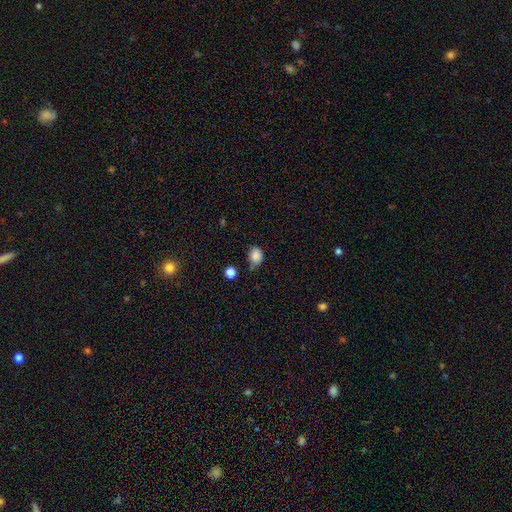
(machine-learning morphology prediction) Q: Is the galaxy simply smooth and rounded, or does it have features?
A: smooth — 86%.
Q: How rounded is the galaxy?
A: in between — 54%.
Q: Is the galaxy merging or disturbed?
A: none — 61%.